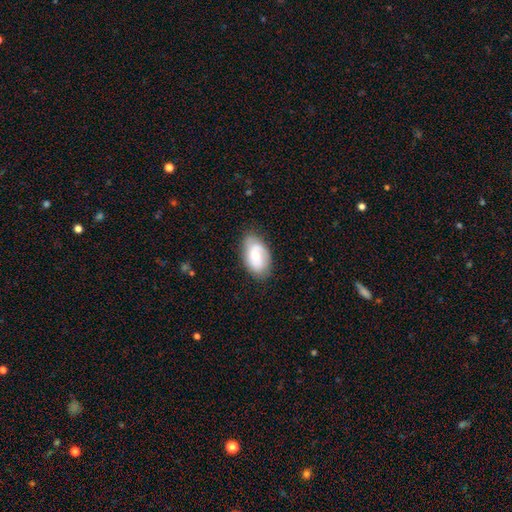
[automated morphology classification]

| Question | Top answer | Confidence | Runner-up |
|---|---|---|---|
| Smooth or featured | featured or disk | 49% | smooth (44%) |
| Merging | none | 73% | minor disturbance (20%) |